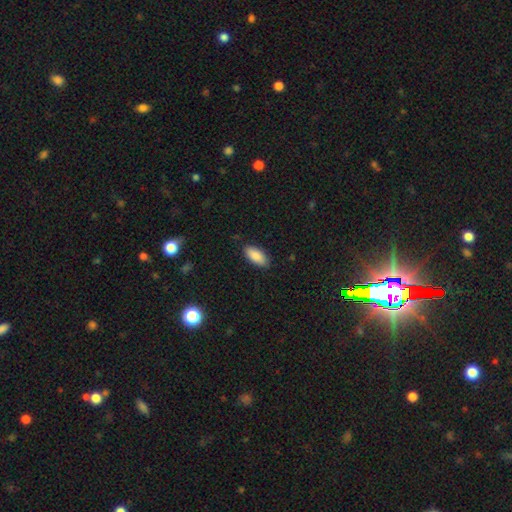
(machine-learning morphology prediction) A smooth galaxy with no disk features (89%) that is in between round and cigar-shaped (90%).

Vote fractions:
- Smooth or featured? smooth: 89% / star or artifact: 7% / featured or disk: 5%
- How rounded? in between: 90% / cigar-shaped: 8% / round: 2%
- Merging? none: 85% / minor disturbance: 11% / major disturbance: 2% / merger: 1%